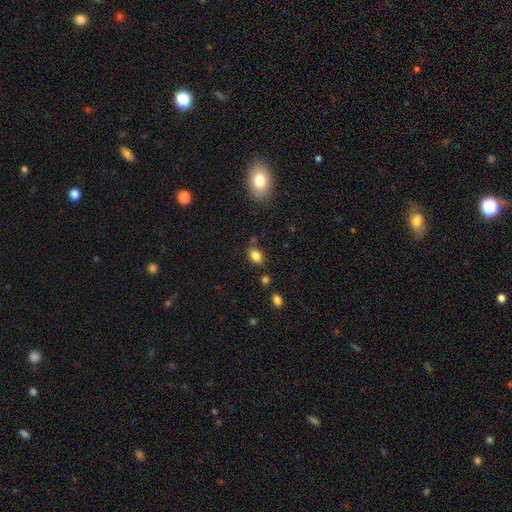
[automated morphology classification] Smooth or featured? smooth (83%)
How rounded? in between (84%)
Merging? none (77%)